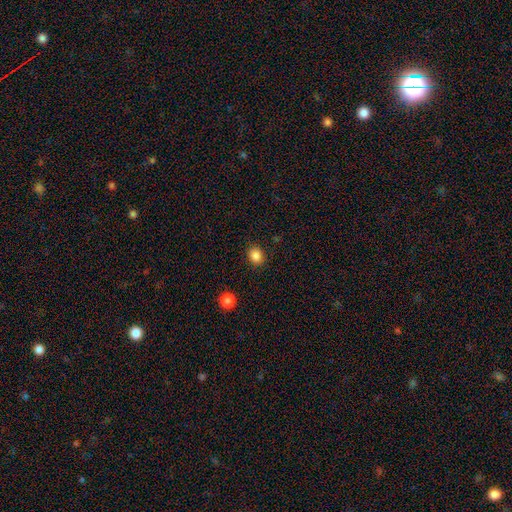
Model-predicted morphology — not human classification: This appears to be a smooth galaxy with no disk features (85%) that is round (67%). Merging: none (89%).